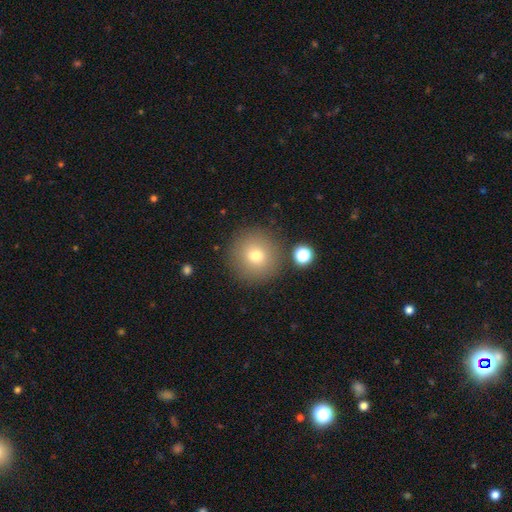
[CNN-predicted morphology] This is likely a smooth galaxy (75%). How rounded: clearly round (95%). Merging: clearly none (85%).